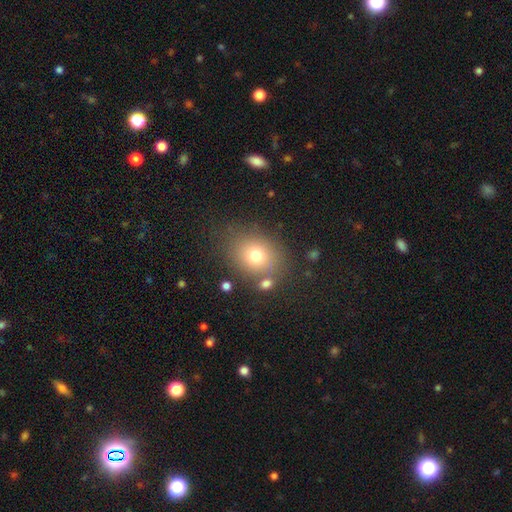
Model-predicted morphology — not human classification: Smooth or featured? Predicted: smooth (p=0.74). How rounded? Predicted: round (p=0.60). Merging? Predicted: none (p=0.71).